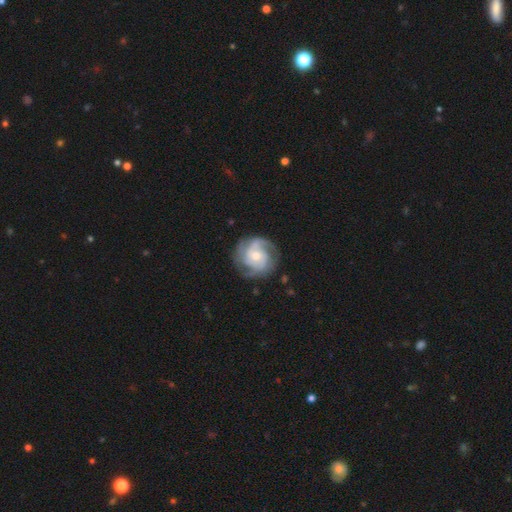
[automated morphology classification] Q: Smooth or featured?
A: featured or disk (84%); runner-up: smooth (11%)
Q: Edge-on disk?
A: no (98%); runner-up: yes (2%)
Q: Bar?
A: no (64%); runner-up: weak (30%)
Q: Spiral arms?
A: yes (95%); runner-up: no (5%)
Q: Spiral winding?
A: tight (50%); runner-up: medium (39%)
Q: Spiral arm count?
A: 2 (34%); runner-up: 3 (32%)
Q: Bulge size?
A: moderate (56%); runner-up: small (39%)
Q: Merging?
A: none (77%); runner-up: minor disturbance (16%)